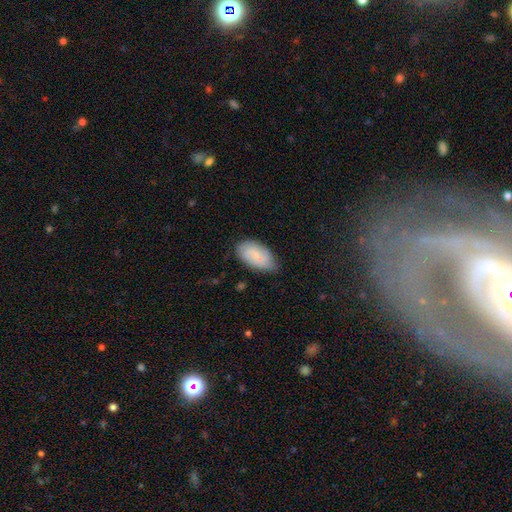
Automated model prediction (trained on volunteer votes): This is likely a smooth galaxy (63%). How rounded: clearly in between (94%). Merging: likely none (70%).